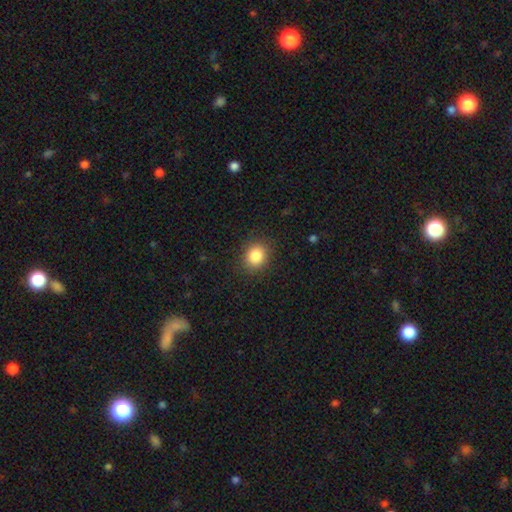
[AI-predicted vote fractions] Smooth or featured: smooth — 85% (star or artifact — 10%)
How rounded: round — 69% (in between — 30%)
Merging: none — 88% (minor disturbance — 8%)